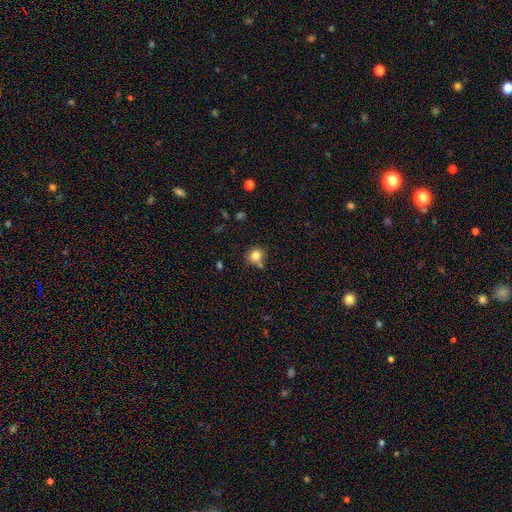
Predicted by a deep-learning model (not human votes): The model was most divided on "merging": none: 71%, merger: 13%, minor disturbance: 13%, major disturbance: 3%. More confident: how rounded — round (84%); smooth or featured — smooth (82%).